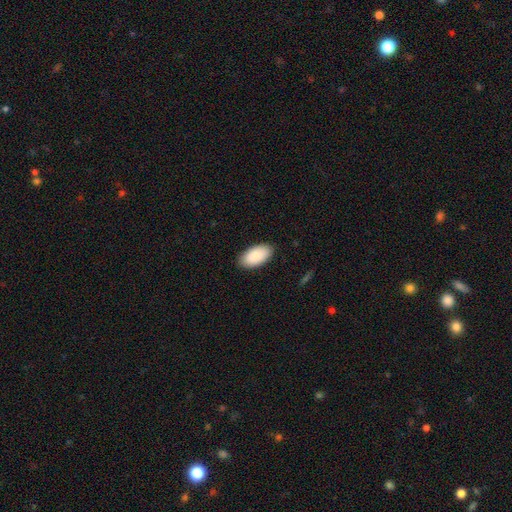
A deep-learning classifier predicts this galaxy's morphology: type=smooth (90%); roundness=in between (96%); merging=none (88%).